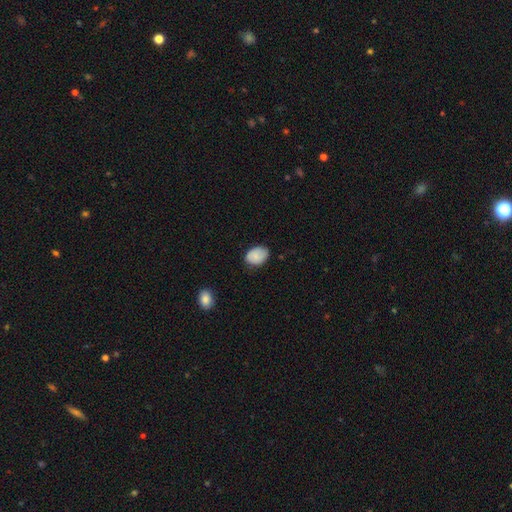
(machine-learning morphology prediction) Q: Smooth or featured?
A: smooth (82%); runner-up: featured or disk (11%)
Q: How rounded?
A: in between (78%); runner-up: round (21%)
Q: Merging?
A: none (76%); runner-up: minor disturbance (20%)